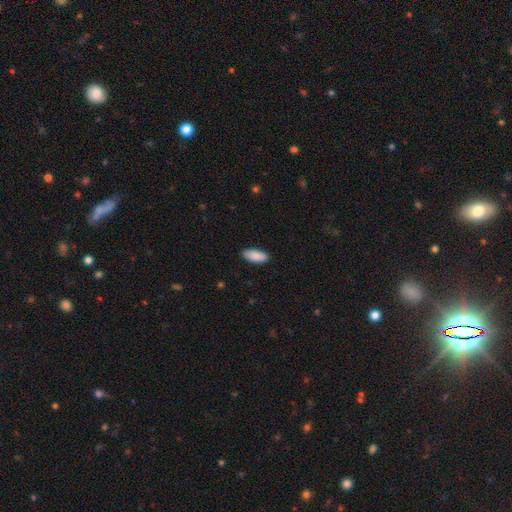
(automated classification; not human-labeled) Q: Smooth or featured?
A: smooth (90%); runner-up: star or artifact (6%)
Q: How rounded?
A: in between (85%); runner-up: cigar-shaped (13%)
Q: Merging?
A: none (89%); runner-up: minor disturbance (8%)